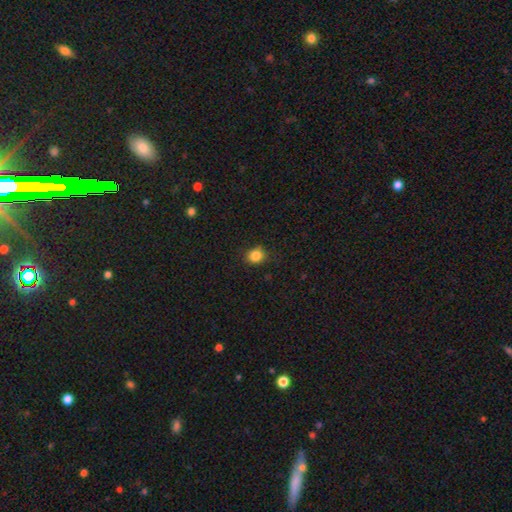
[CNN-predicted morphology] smooth-or-featured: smooth: 84% | star or artifact: 11% | featured or disk: 4%
  how-rounded: round: 75% | in between: 24% | cigar-shaped: 1%
  merging: none: 83% | minor disturbance: 13% | major disturbance: 3% | merger: 1%